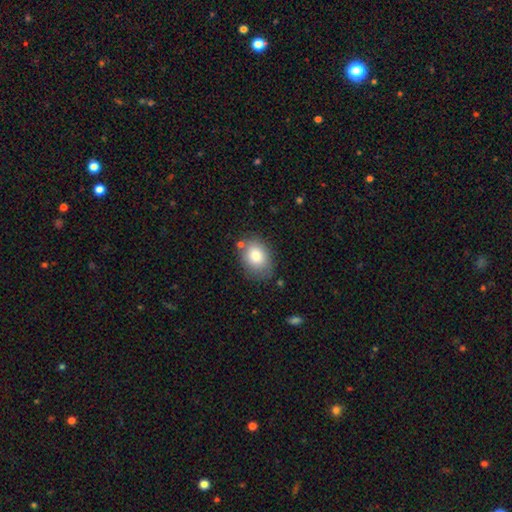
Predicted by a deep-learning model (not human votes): smooth 83%, featured or disk 10%, star or artifact 7%. Down the decision tree: how rounded — in between (72%); merging — none (72%).